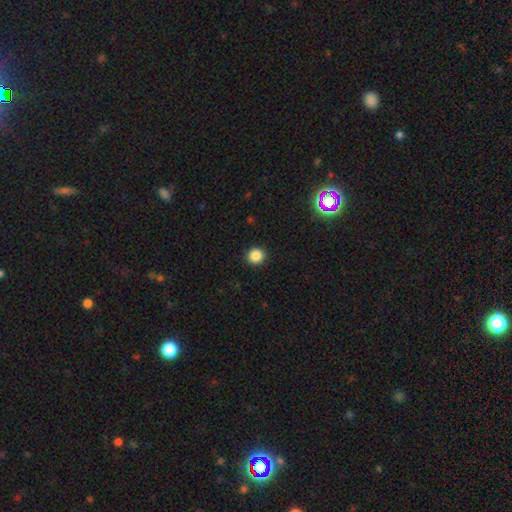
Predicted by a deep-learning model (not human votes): smooth 86%, star or artifact 11%, featured or disk 3%. Down the decision tree: how rounded — round (94%); merging — none (93%).